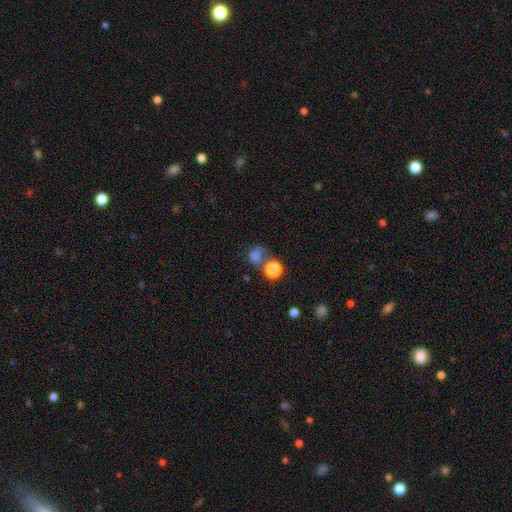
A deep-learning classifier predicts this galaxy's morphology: smooth_or_featured: smooth (p=0.71) [alt: star or artifact p=0.17]
how_rounded: round (p=0.72) [alt: in between p=0.27]
merging: none (p=0.40) [alt: merger p=0.30]